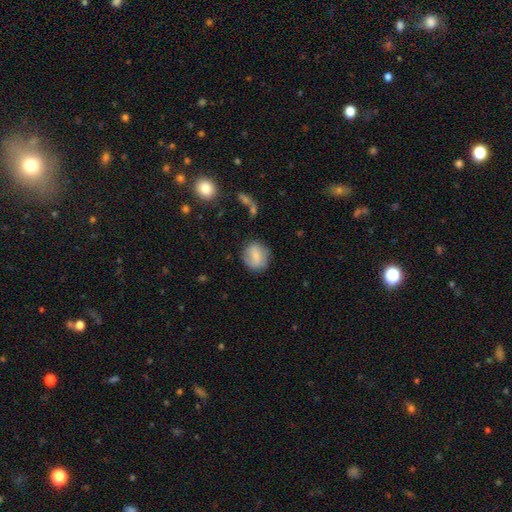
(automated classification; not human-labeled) Overall: smooth (75%). How rounded: round (67%; in between 31%). Merging: none (78%).